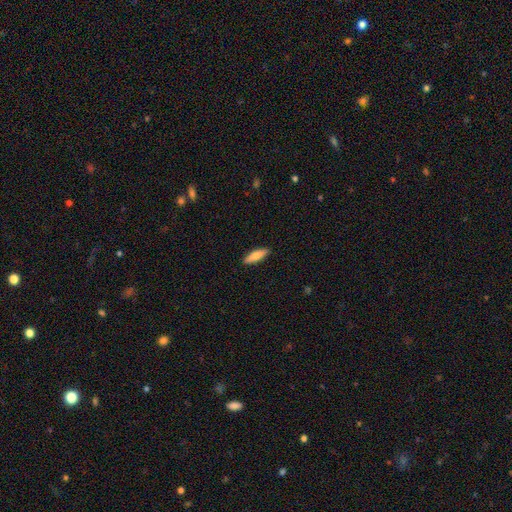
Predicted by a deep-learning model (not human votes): The model was most divided on "how rounded": cigar-shaped: 58%, in between: 40%, round: 2%. More confident: merging — none (90%); smooth or featured — smooth (77%).